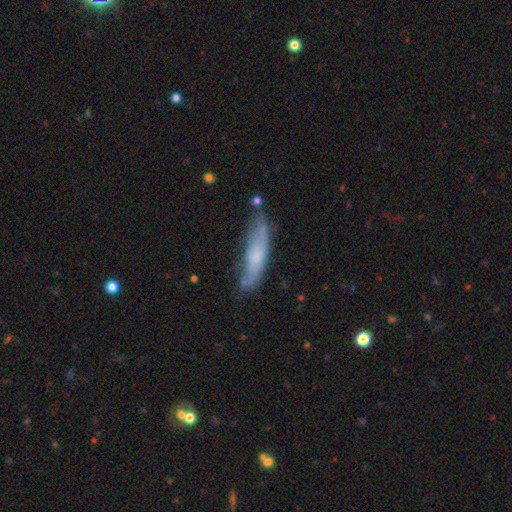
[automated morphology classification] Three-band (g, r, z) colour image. It shows a smooth galaxy with no disk features (59%) that is cigar-shaped (74%). Merging: none (63%).